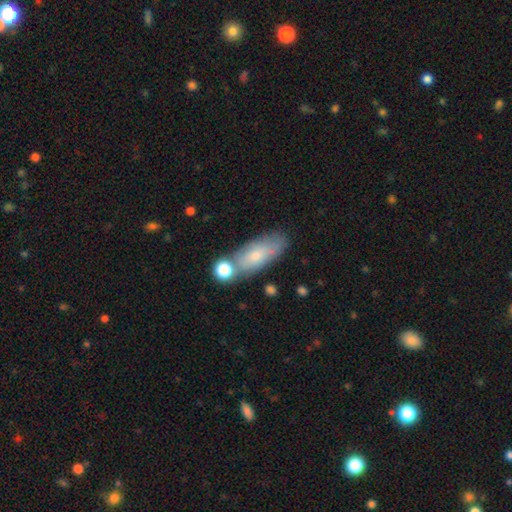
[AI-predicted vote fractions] This appears to be a smooth galaxy with no disk features (70%) that is in between round and cigar-shaped (72%). Merging: none (62%).